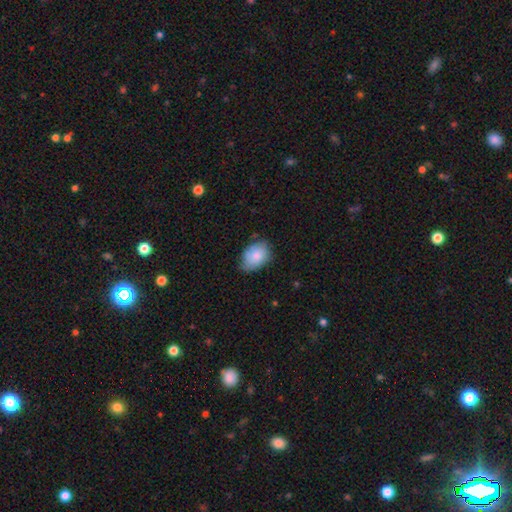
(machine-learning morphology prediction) smooth 80%, featured or disk 13%, star or artifact 7%. Down the decision tree: how rounded — in between (80%); merging — none (65%).